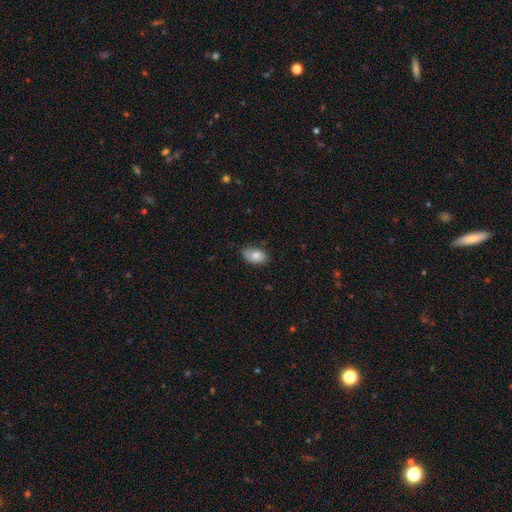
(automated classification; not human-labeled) smooth_or_featured: smooth (p=0.82) [alt: featured or disk p=0.11]
how_rounded: in between (p=0.91) [alt: round p=0.08]
merging: none (p=0.70) [alt: minor disturbance p=0.25]